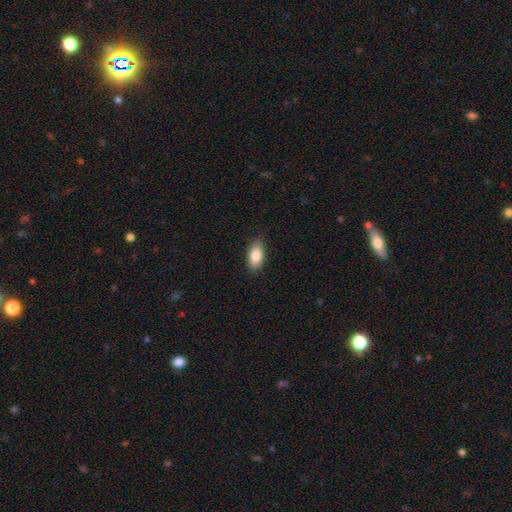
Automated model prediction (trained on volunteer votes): Smooth or featured? Predicted: smooth (p=0.86). How rounded? Predicted: in between (p=0.90). Merging? Predicted: none (p=0.87).